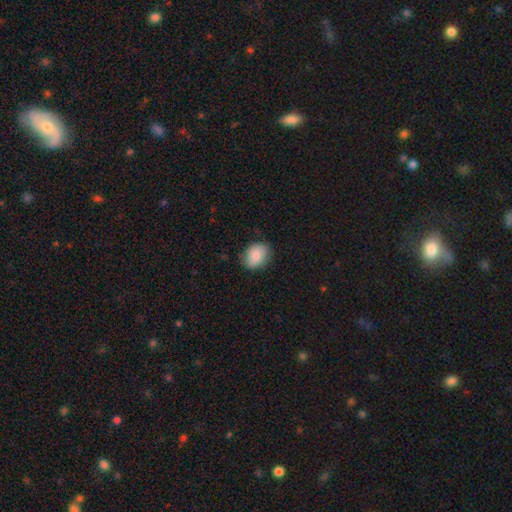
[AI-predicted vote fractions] A smooth galaxy with no disk features (83%) that is in between round and cigar-shaped (63%). Merging: none (79%).